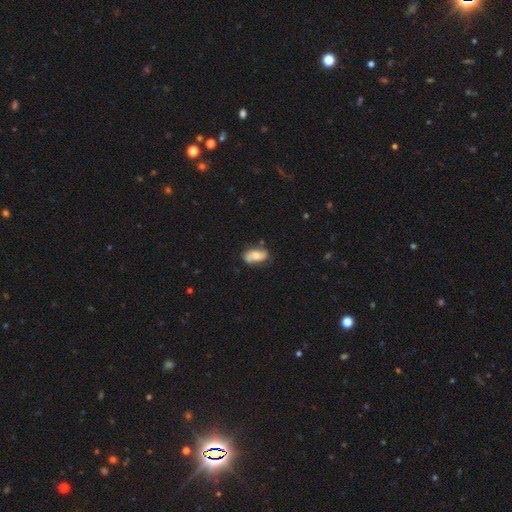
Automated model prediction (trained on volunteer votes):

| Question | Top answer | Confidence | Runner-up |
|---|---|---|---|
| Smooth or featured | smooth | 55% | featured or disk (38%) |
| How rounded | in between | 90% | round (5%) |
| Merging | none | 70% | minor disturbance (22%) |